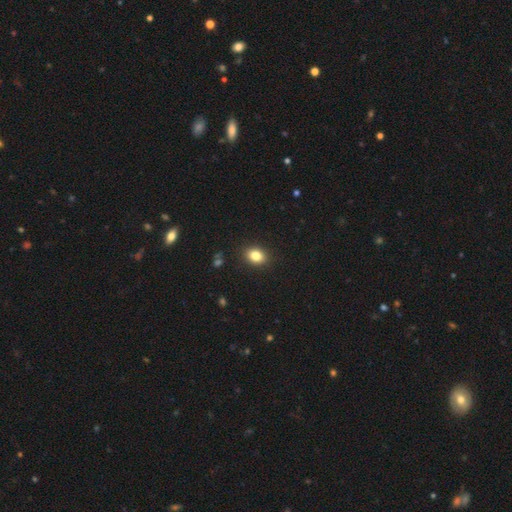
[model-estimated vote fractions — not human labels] Overall: smooth (83%). How rounded: in between (60%; round 39%). Merging: none (90%).